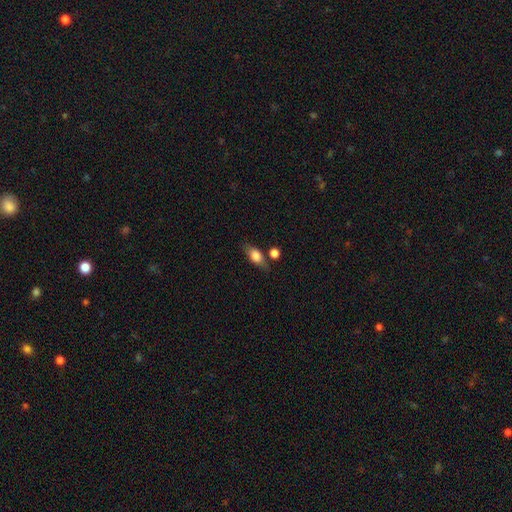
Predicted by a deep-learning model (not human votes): Smooth or featured? smooth (70%)
How rounded? in between (74%)
Merging? none (64%)